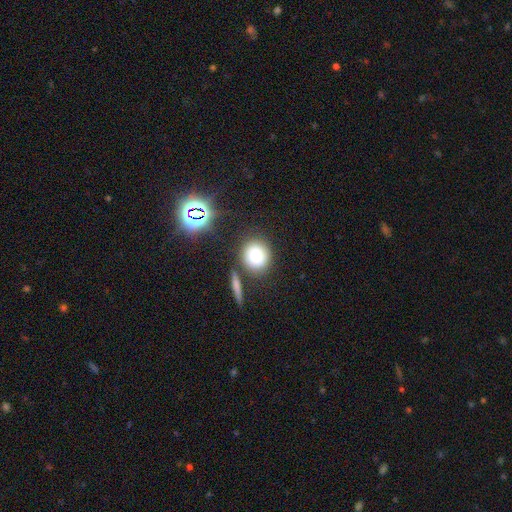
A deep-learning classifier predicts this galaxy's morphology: Overall: smooth (77%). How rounded: round (84%). Merging: none (77%).